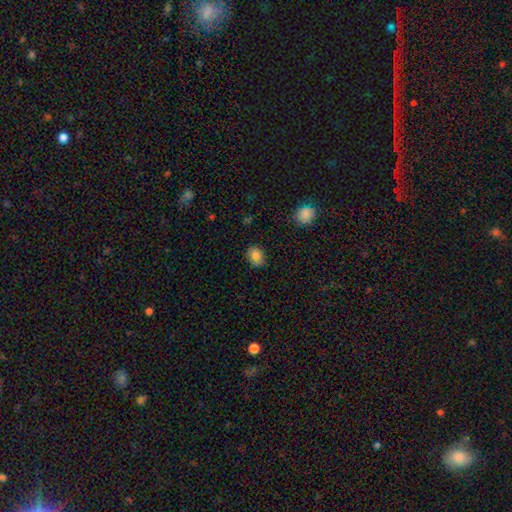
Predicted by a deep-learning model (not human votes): This is clearly a smooth galaxy (84%). How rounded: possibly in between (58%). Merging: clearly none (86%).